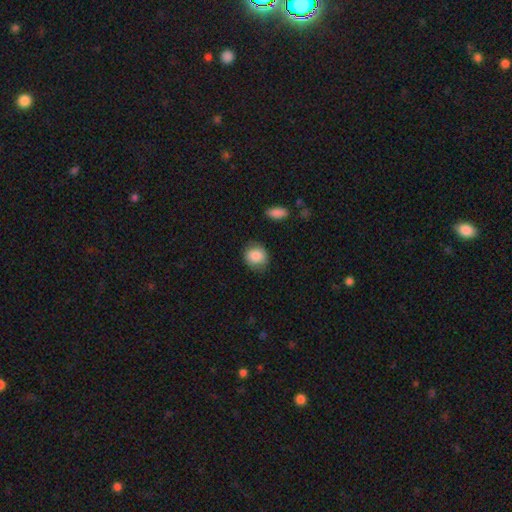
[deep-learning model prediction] This appears to be a smooth galaxy with no disk features (86%) that is round (75%). Merging: none (79%).